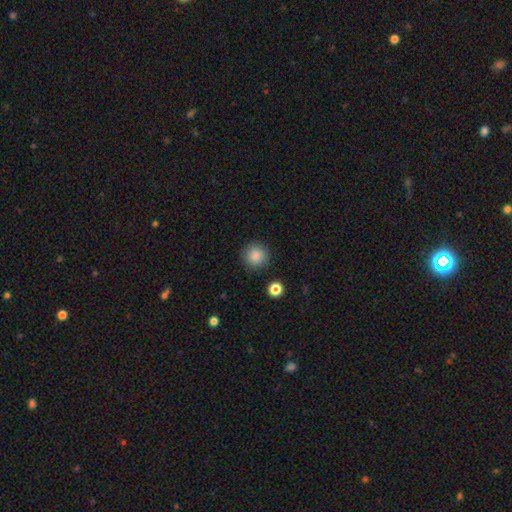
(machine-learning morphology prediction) This is clearly a smooth galaxy (87%). How rounded: clearly round (95%). Merging: clearly none (90%).